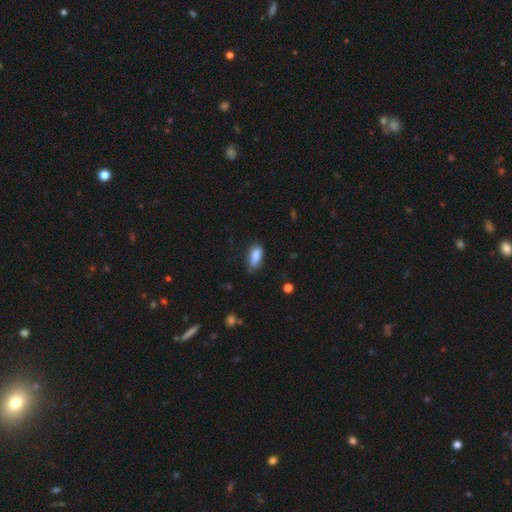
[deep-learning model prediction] smooth 85%, star or artifact 8%, featured or disk 7%. Down the decision tree: how rounded — in between (83%); merging — none (64%).